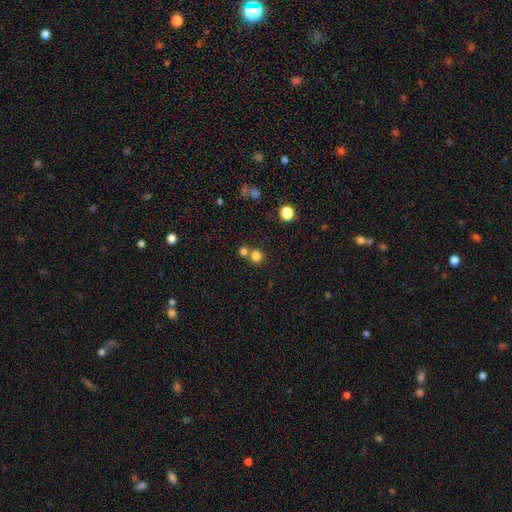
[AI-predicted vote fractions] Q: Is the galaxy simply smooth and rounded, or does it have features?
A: smooth — 80%.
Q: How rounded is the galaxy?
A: round — 91%.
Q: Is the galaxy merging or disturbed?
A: none — 62%.